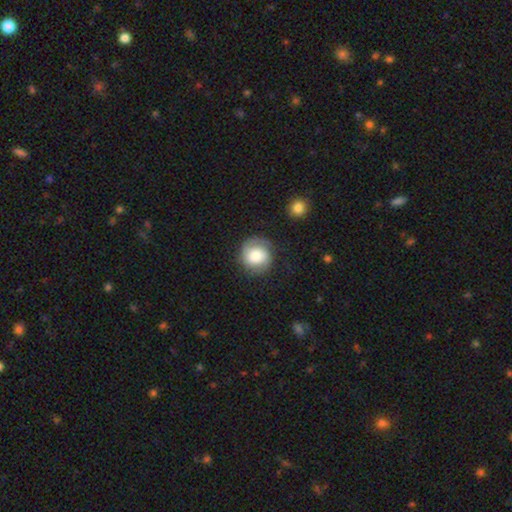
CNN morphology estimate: This appears to be a smooth galaxy with no disk features (54%) that is round (88%). Merging: none (74%).